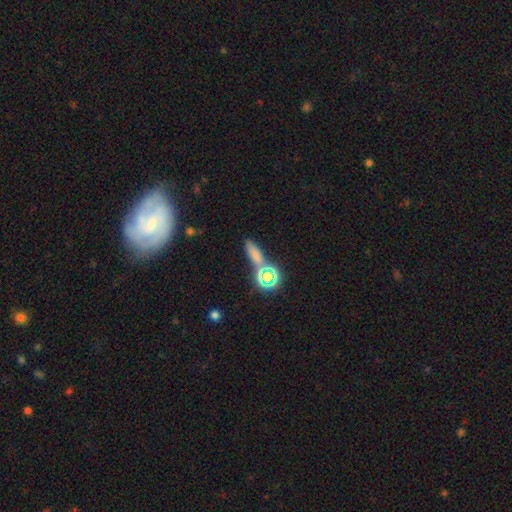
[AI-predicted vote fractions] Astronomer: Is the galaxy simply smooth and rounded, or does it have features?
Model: smooth — 61%.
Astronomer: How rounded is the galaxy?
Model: in between — 45% (runner-up: cigar-shaped, 42%).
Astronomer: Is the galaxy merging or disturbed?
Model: none — 66%.